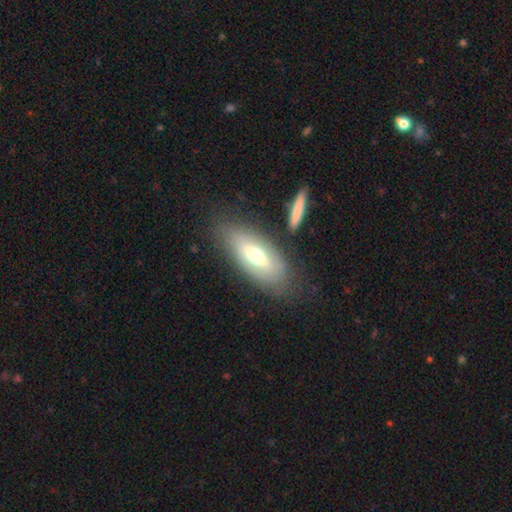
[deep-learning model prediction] Smooth or featured?
  - smooth: 55% *
  - featured or disk: 38%
  - star or artifact: 7%
How rounded?
  - in between: 78% *
  - cigar-shaped: 19%
  - round: 3%
Merging?
  - none: 73% *
  - minor disturbance: 15%
  - major disturbance: 6%
  - merger: 6%